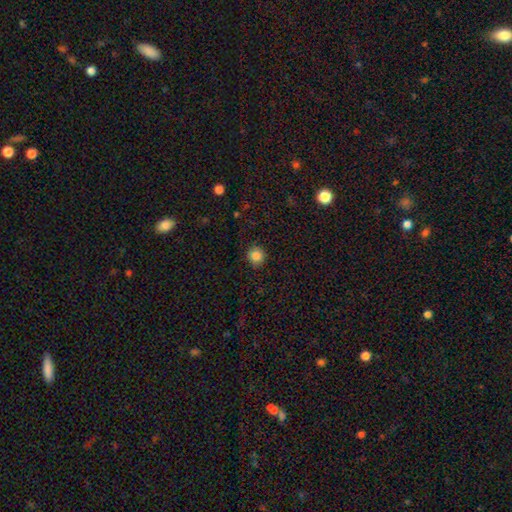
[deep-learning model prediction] Overall: smooth (85%). How rounded: round (91%). Merging: none (88%).